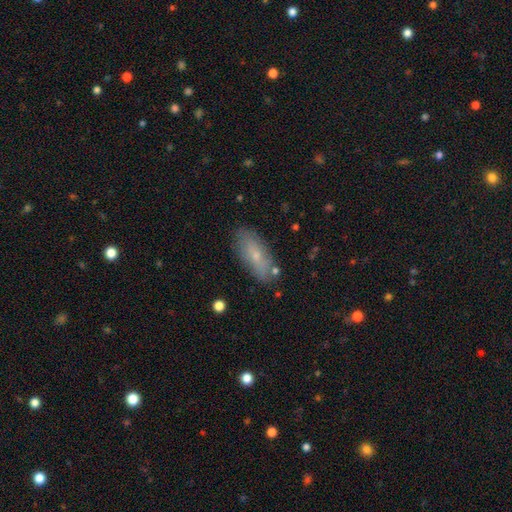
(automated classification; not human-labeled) Smooth or featured? smooth (66%)
How rounded? in between (77%)
Merging? none (79%)